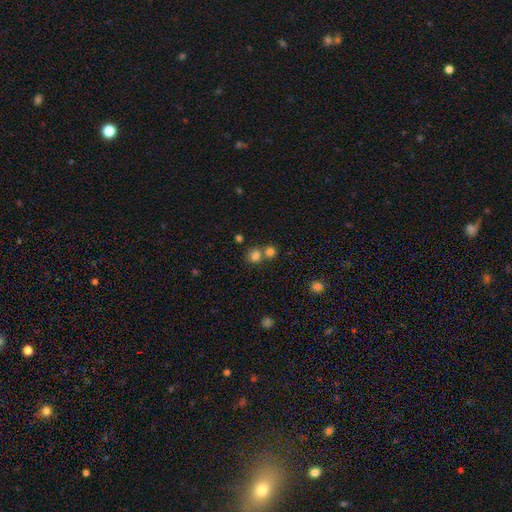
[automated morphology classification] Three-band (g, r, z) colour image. It shows a smooth galaxy with no disk features (78%) that is round (79%). Merging: none (53%).